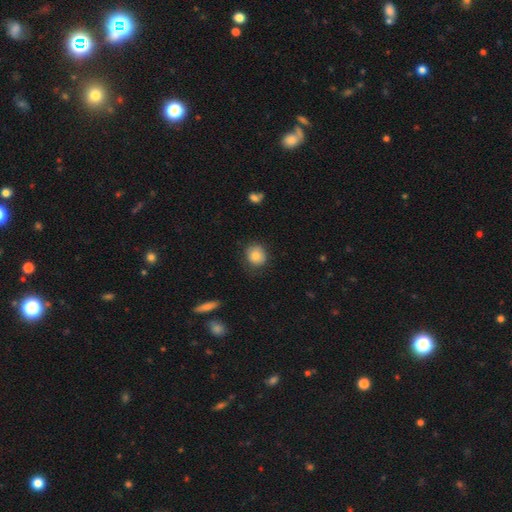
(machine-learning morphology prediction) smooth-or-featured: smooth: 82% | featured or disk: 9% | star or artifact: 9%
  how-rounded: round: 81% | in between: 18% | cigar-shaped: 1%
  merging: none: 78% | minor disturbance: 16% | major disturbance: 5% | merger: 1%